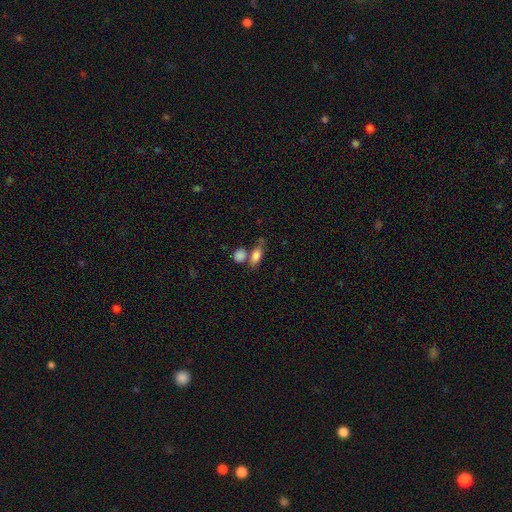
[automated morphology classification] A smooth galaxy with no disk features (78%) that is in between round and cigar-shaped (74%). Merging: none (49%).